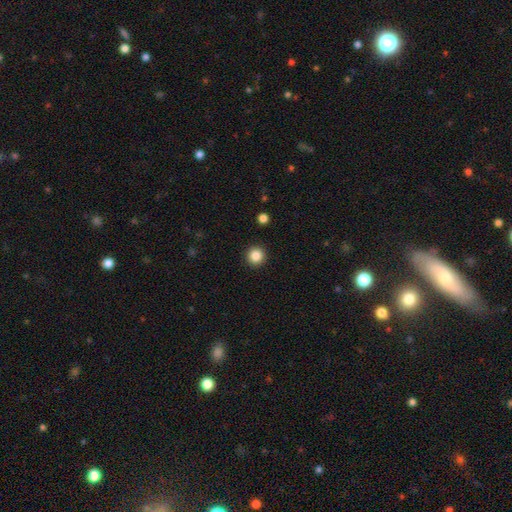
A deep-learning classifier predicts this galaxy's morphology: Smooth or featured? Predicted: smooth (p=0.86). How rounded? Predicted: round (p=0.95). Merging? Predicted: none (p=0.93).